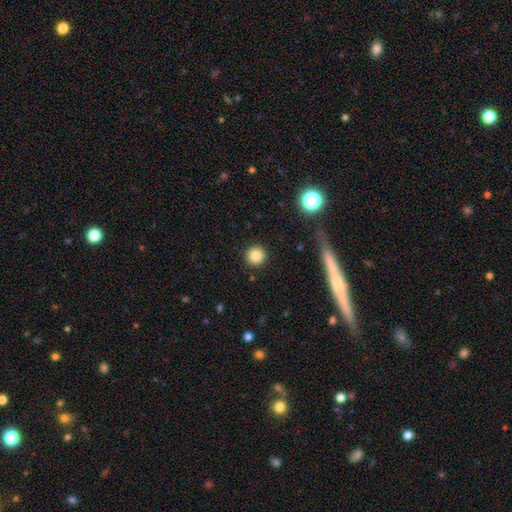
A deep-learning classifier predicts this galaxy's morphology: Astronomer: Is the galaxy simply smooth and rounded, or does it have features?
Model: smooth — 84%.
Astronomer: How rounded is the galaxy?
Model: round — 95%.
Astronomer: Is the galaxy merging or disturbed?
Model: none — 92%.